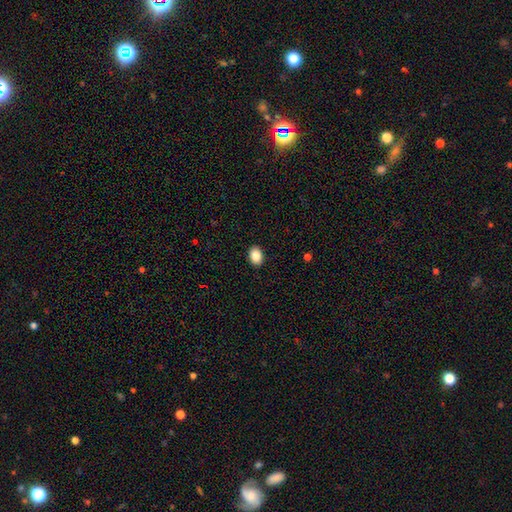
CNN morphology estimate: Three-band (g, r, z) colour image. It shows a smooth galaxy with no disk features (88%) that is in between round and cigar-shaped (79%). Merging: none (90%).